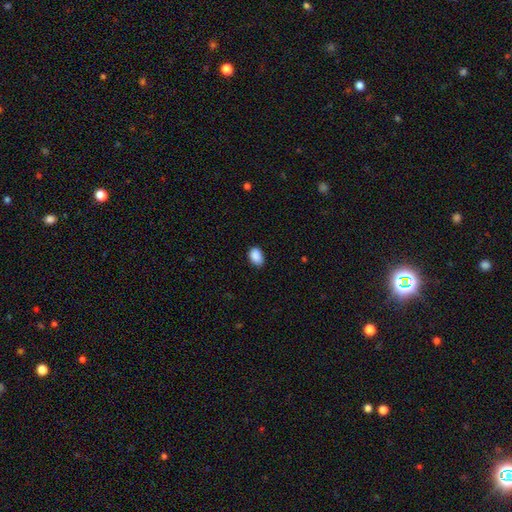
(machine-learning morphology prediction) This is clearly a smooth galaxy (90%). How rounded: clearly in between (83%). Merging: likely none (80%).